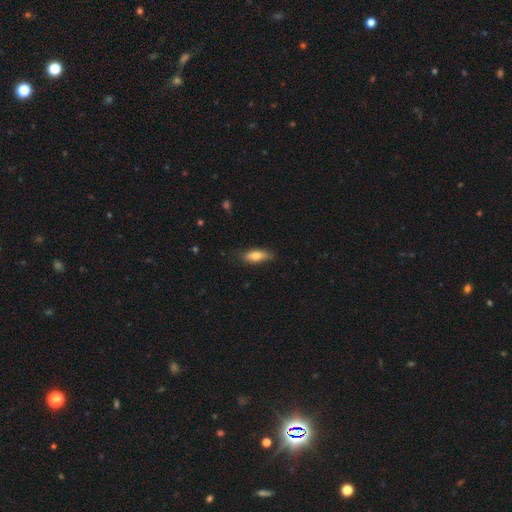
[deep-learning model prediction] Smooth or featured?
  - smooth: 76% *
  - featured or disk: 18%
  - star or artifact: 7%
How rounded?
  - in between: 69% *
  - cigar-shaped: 28%
  - round: 3%
Merging?
  - none: 77% *
  - minor disturbance: 19%
  - major disturbance: 3%
  - merger: 1%